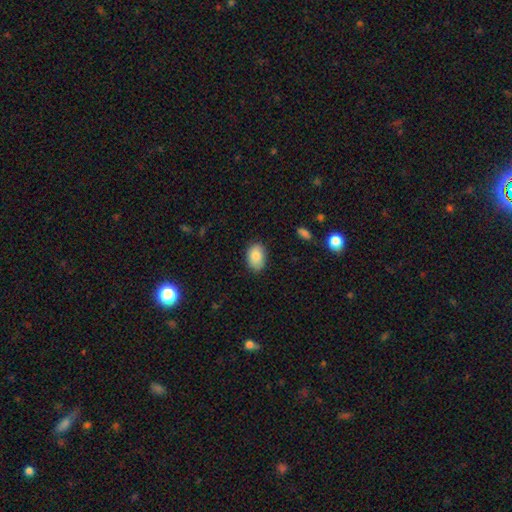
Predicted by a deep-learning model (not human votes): The model was most divided on "merging": none: 80%, minor disturbance: 16%, major disturbance: 3%, merger: 1%. More confident: smooth or featured — smooth (86%); how rounded — in between (84%).